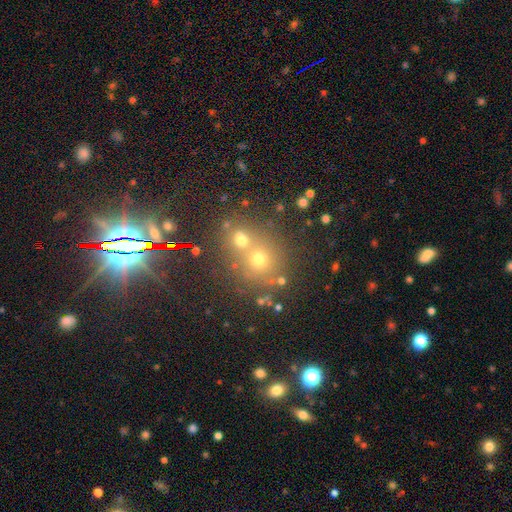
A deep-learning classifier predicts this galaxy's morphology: Smooth or featured: star or artifact — 45% (smooth — 41%)